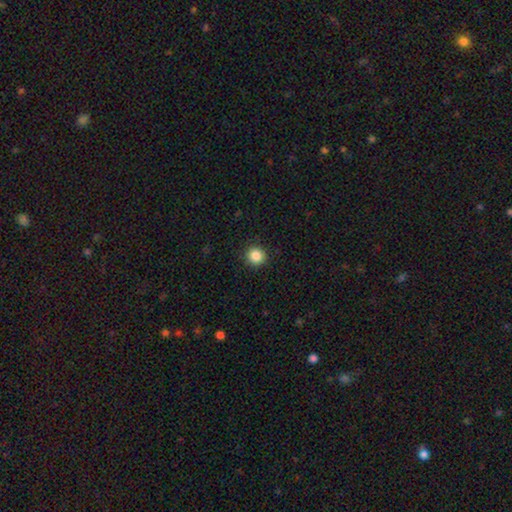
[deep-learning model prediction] Smooth or featured: smooth — 86% (star or artifact — 10%)
How rounded: round — 93% (in between — 6%)
Merging: none — 92% (minor disturbance — 6%)